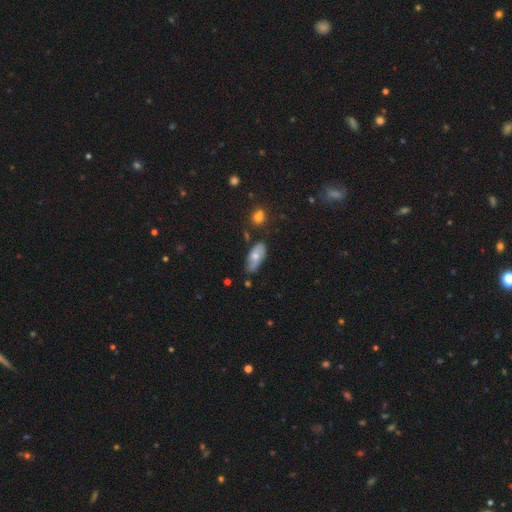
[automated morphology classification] This appears to be a smooth galaxy with no disk features (63%) that is in between round and cigar-shaped (87%). Merging: none (60%).